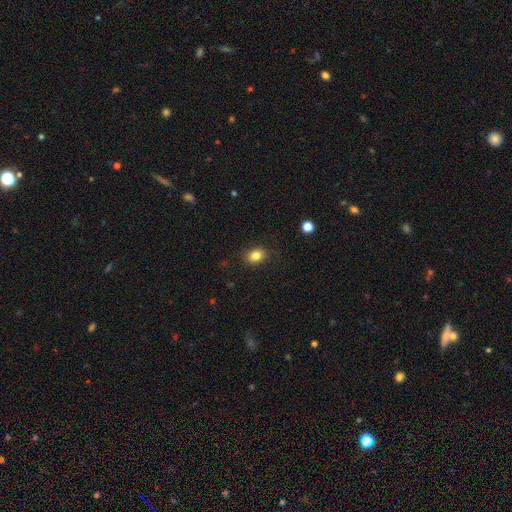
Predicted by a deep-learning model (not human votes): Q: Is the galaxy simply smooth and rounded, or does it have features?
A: smooth — 82%.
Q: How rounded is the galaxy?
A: in between — 59%.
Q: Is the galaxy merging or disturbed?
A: none — 87%.